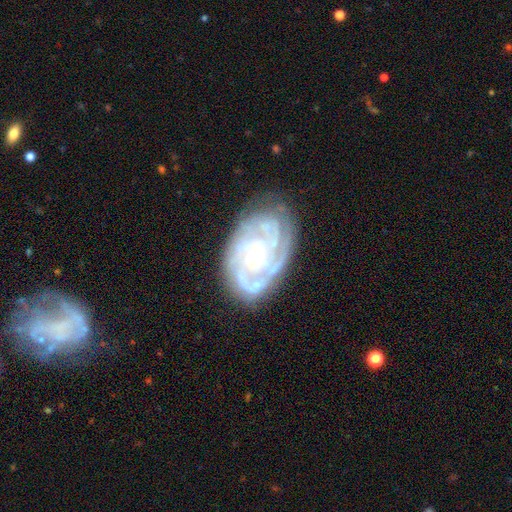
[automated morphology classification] Smooth or featured? Predicted: featured or disk (p=0.88). Edge-on disk? Predicted: no (p=0.97). Bar? Predicted: no (p=0.67). Spiral arms? Predicted: yes (p=0.97). Spiral winding? Predicted: tight (p=0.67). Spiral arm count? Predicted: 4 (p=0.27). Bulge size? Predicted: small (p=0.71). Merging? Predicted: none (p=0.72).